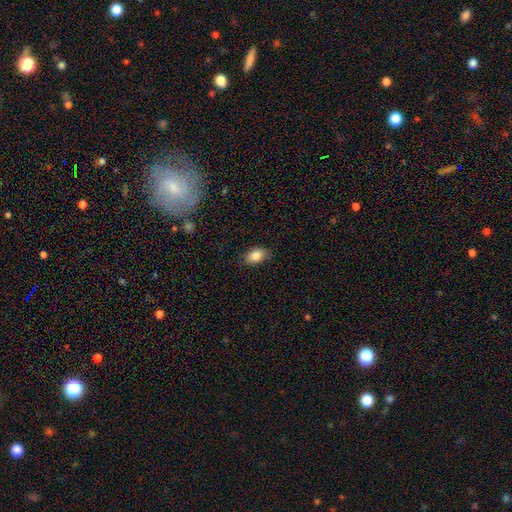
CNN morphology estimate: smooth_or_featured: smooth (p=0.85) [alt: star or artifact p=0.08]
how_rounded: in between (p=0.88) [alt: round p=0.11]
merging: none (p=0.83) [alt: minor disturbance p=0.13]